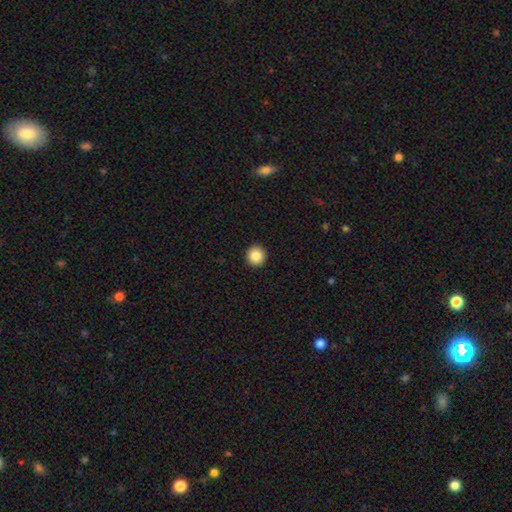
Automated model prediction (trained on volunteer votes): Smooth or featured? Predicted: smooth (p=0.87). How rounded? Predicted: round (p=0.96). Merging? Predicted: none (p=0.94).